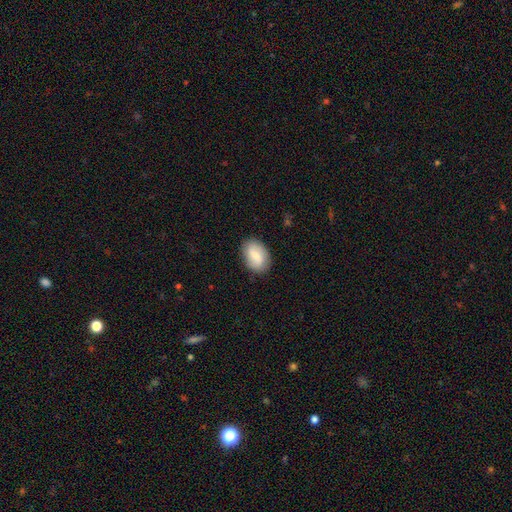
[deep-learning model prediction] Morphology: type=smooth (66%); roundness=in between (86%); merging=none (85%).